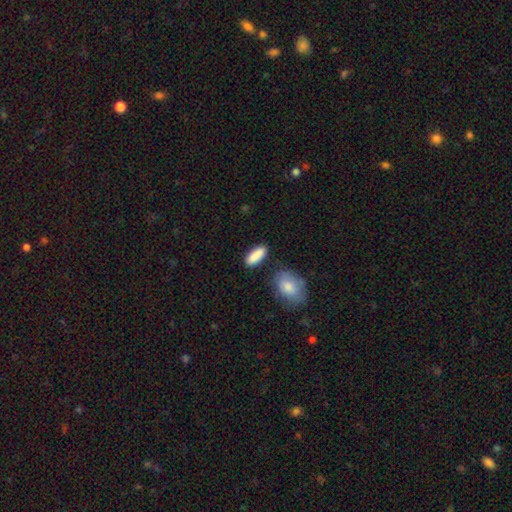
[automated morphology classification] smooth_or_featured: smooth (p=0.89) [alt: star or artifact p=0.06]
how_rounded: in between (p=0.69) [alt: cigar-shaped p=0.29]
merging: none (p=0.79) [alt: minor disturbance p=0.13]